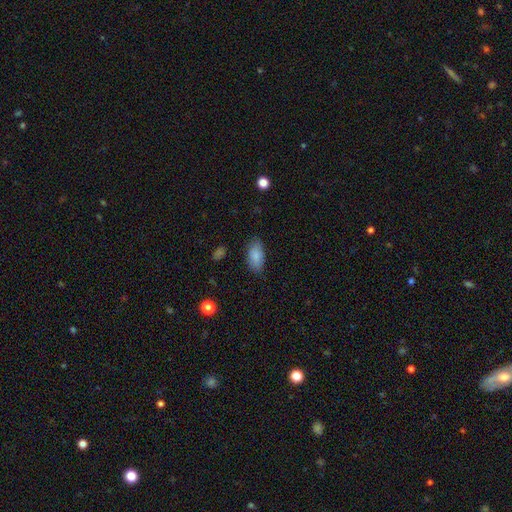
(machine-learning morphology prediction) The model was most divided on "merging": none: 77%, minor disturbance: 18%, major disturbance: 4%, merger: 1%. More confident: how rounded — in between (92%); smooth or featured — smooth (85%).